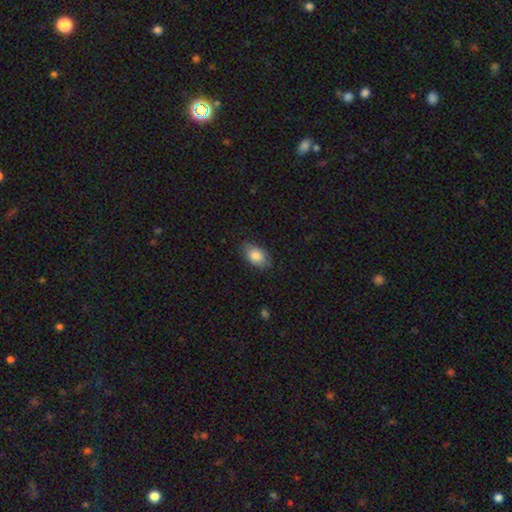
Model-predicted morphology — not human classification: This appears to be a smooth galaxy with no disk features (83%) that is in between round and cigar-shaped (91%). Merging: none (79%).